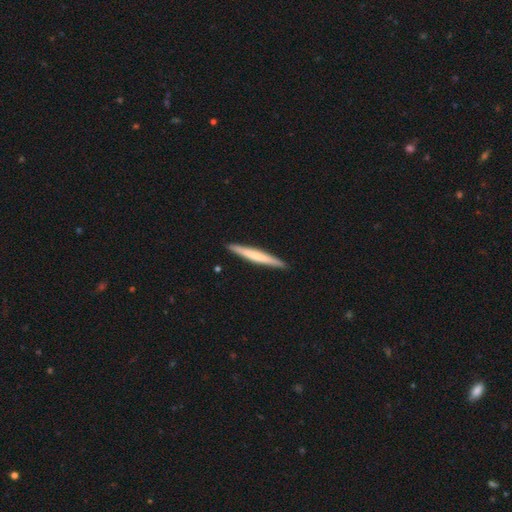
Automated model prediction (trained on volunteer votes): smooth-or-featured: smooth: 57% | featured or disk: 39% | star or artifact: 5%
  how-rounded: cigar-shaped: 96% | in between: 2% | round: 1%
  merging: none: 92% | minor disturbance: 6% | major disturbance: 1% | merger: 1%